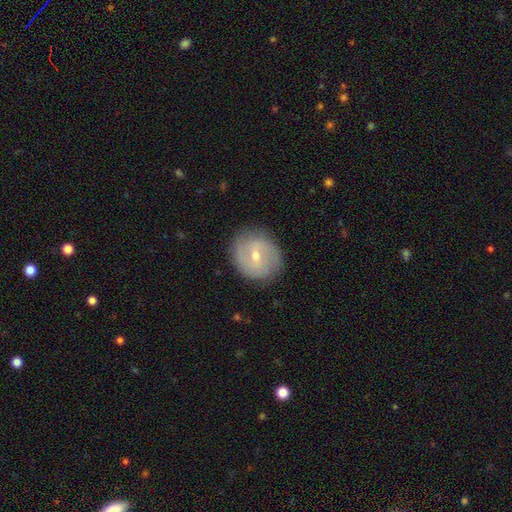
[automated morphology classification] smooth_or_featured: featured or disk (p=0.69) [alt: smooth p=0.23]
disk_edge_on: no (p=0.97) [alt: yes p=0.03]
bar: weak (p=0.55) [alt: no p=0.26]
has_spiral_arms: yes (p=0.81) [alt: no p=0.19]
spiral_winding: medium (p=0.41) [alt: tight p=0.39]
spiral_arm_count: 2 (p=0.73) [alt: can't tell p=0.17]
bulge_size: small (p=0.52) [alt: moderate p=0.46]
merging: none (p=0.84) [alt: minor disturbance p=0.11]